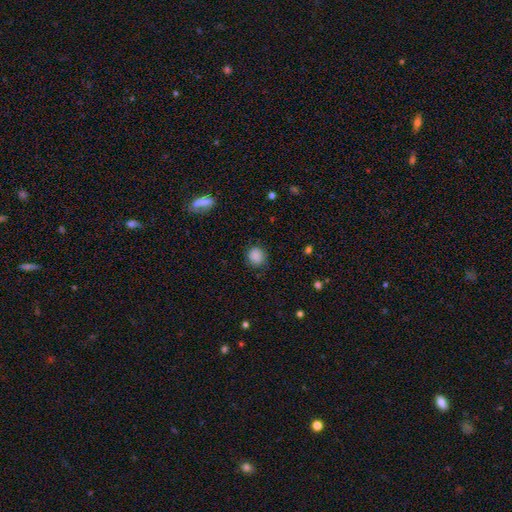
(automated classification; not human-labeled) smooth 86%, star or artifact 10%, featured or disk 4%. Down the decision tree: how rounded — round (80%); merging — none (82%).